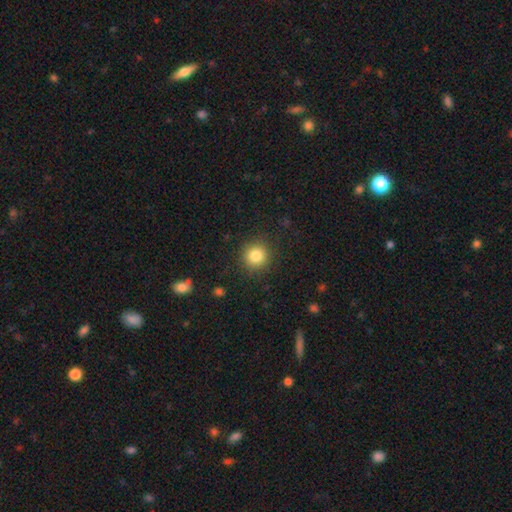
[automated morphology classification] This appears to be a smooth galaxy with no disk features (83%) that is round (93%). Merging: none (90%).